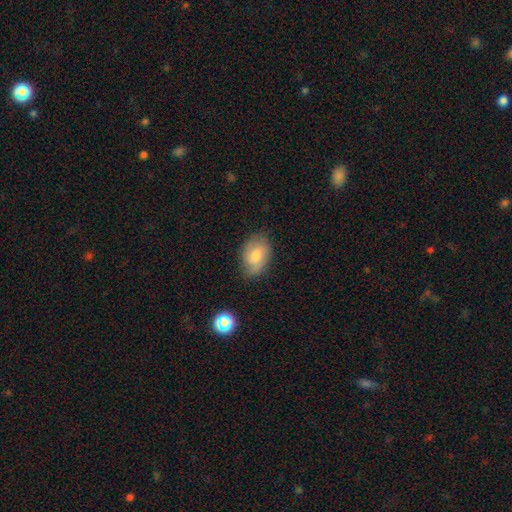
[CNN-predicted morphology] Smooth or featured? Predicted: smooth (p=0.71). How rounded? Predicted: in between (p=0.84). Merging? Predicted: none (p=0.73).